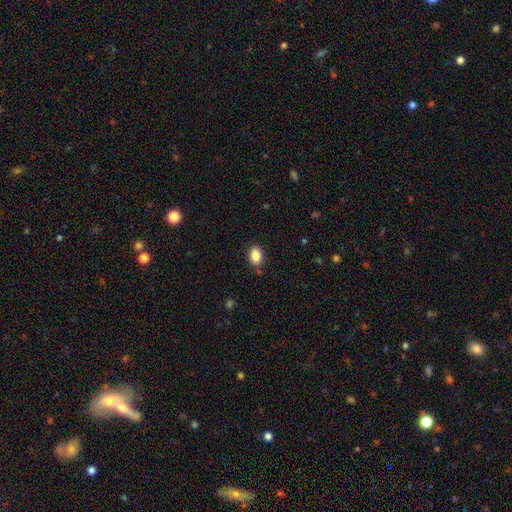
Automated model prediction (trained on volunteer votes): This appears to be a smooth galaxy with no disk features (87%) that is in between round and cigar-shaped (79%). Merging: none (84%).